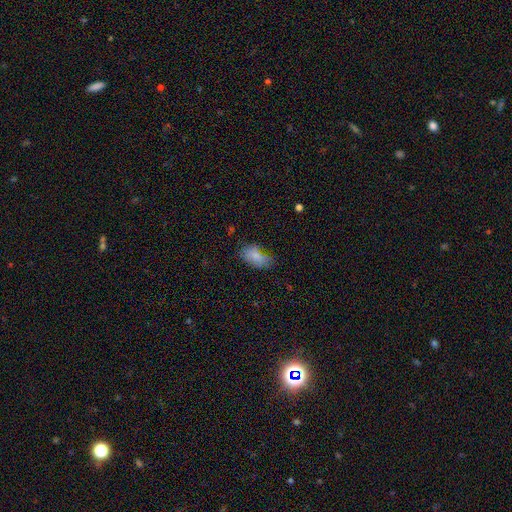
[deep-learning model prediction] smooth 79%, featured or disk 11%, star or artifact 10%. Down the decision tree: how rounded — in between (92%); merging — none (47%).